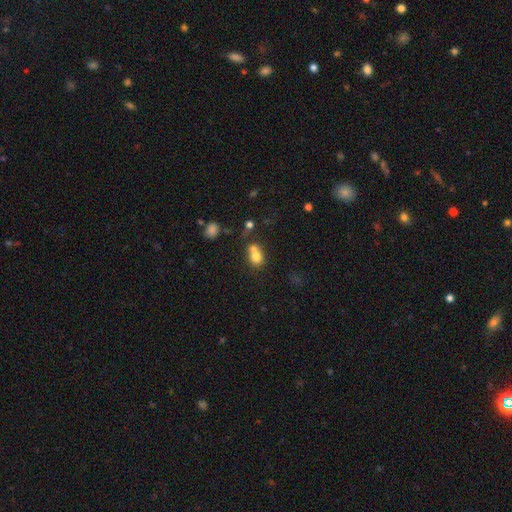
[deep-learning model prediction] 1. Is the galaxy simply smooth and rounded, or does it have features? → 75% smooth, 13% featured or disk, 12% star or artifact.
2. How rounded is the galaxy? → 66% round, 33% in between, 1% cigar-shaped.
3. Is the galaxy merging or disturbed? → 55% merger, 33% none, 8% minor disturbance, 4% major disturbance.